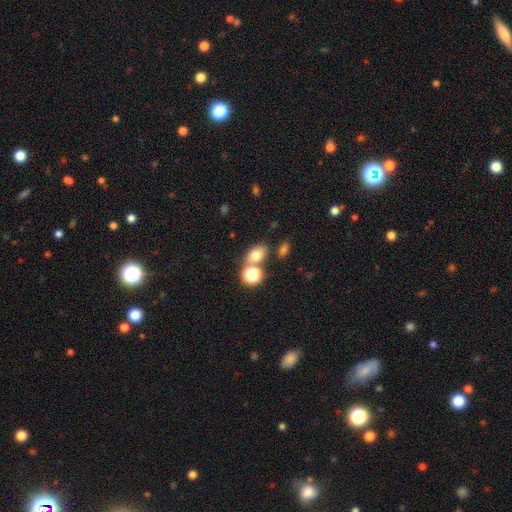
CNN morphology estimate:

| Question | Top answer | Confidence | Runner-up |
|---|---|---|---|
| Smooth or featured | smooth | 74% | star or artifact (16%) |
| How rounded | in between | 62% | round (36%) |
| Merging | none | 61% | merger (24%) |